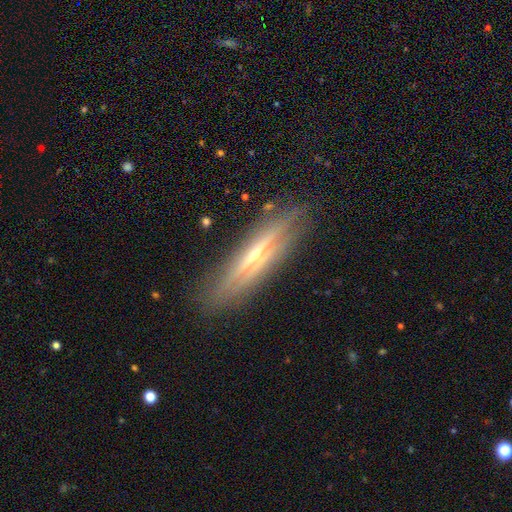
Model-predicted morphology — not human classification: Overall: featured or disk (76%). Edge-on disk: yes (91%). Edge-on bulge: rounded (79%). Merging: none (84%).